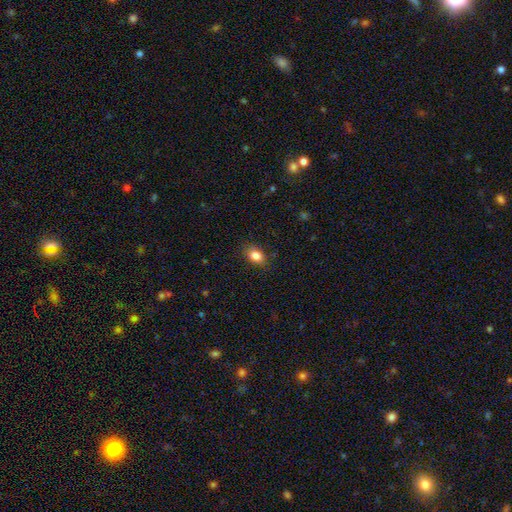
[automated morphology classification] Smooth or featured: smooth — 84% (star or artifact — 10%)
How rounded: in between — 72% (round — 26%)
Merging: none — 84% (minor disturbance — 12%)